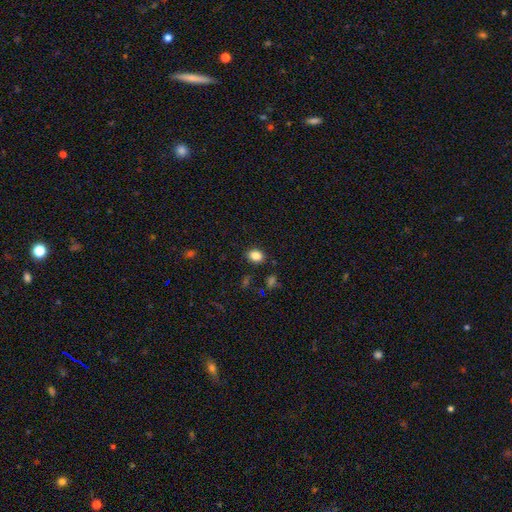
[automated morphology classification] Smooth or featured: smooth — 84% (star or artifact — 10%)
How rounded: in between — 59% (round — 40%)
Merging: none — 86% (minor disturbance — 9%)